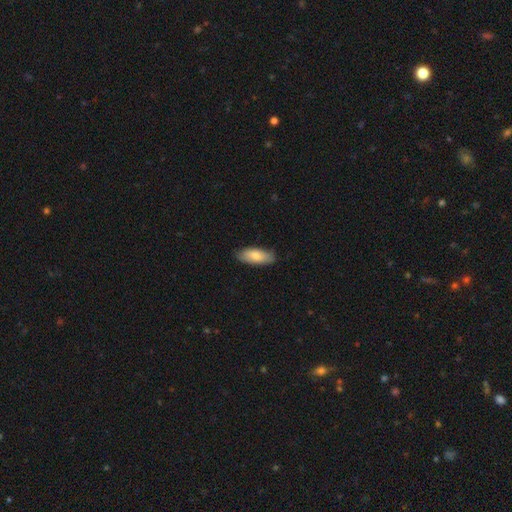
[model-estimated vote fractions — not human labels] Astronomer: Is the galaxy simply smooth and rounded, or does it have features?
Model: smooth — 80%.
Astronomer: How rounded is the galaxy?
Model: in between — 80%.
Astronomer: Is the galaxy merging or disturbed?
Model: none — 83%.